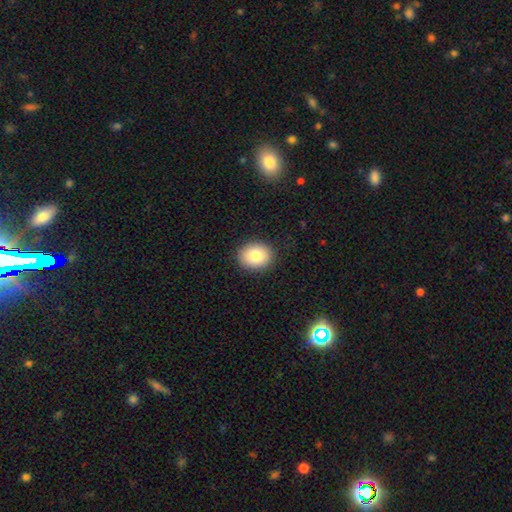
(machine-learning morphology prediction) Overall: smooth (82%). How rounded: round (62%; in between 37%). Merging: none (90%).